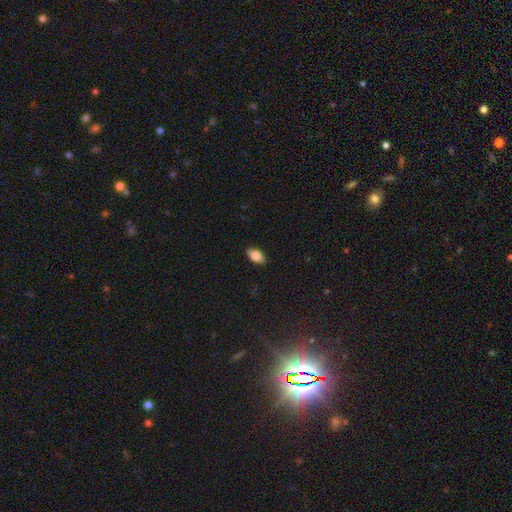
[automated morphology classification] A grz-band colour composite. It shows a smooth galaxy with no disk features (86%) that is in between round and cigar-shaped (93%). Merging: none (89%).